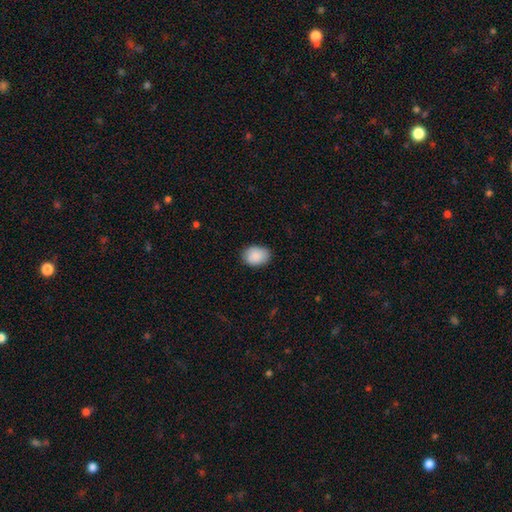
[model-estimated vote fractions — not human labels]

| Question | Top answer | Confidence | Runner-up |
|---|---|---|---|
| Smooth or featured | smooth | 89% | star or artifact (7%) |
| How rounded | in between | 74% | round (25%) |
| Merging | none | 82% | minor disturbance (14%) |